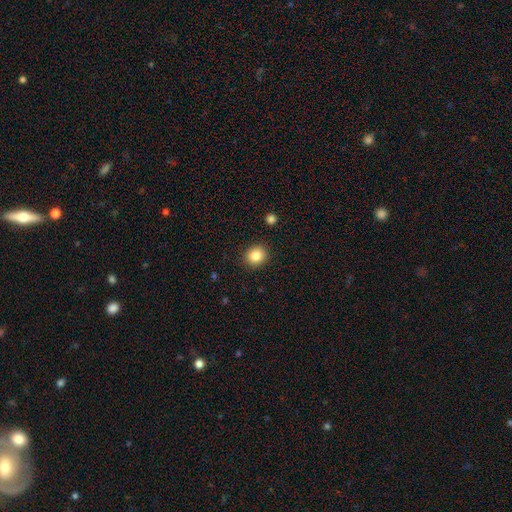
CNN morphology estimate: Smooth or featured: smooth — 84% (star or artifact — 10%)
How rounded: round — 79% (in between — 20%)
Merging: none — 91% (minor disturbance — 6%)